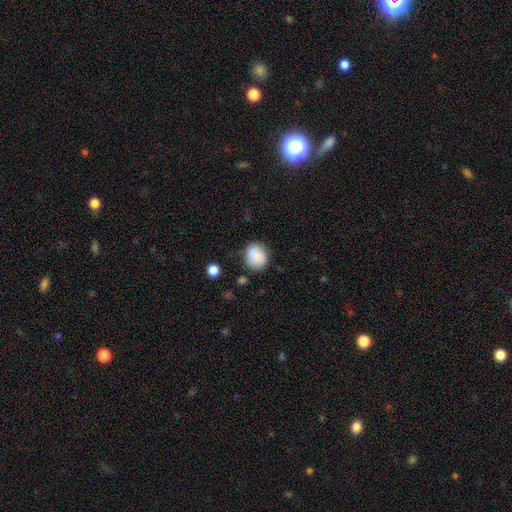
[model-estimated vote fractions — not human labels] Q: Smooth or featured?
A: smooth (87%); runner-up: star or artifact (8%)
Q: How rounded?
A: round (72%); runner-up: in between (27%)
Q: Merging?
A: none (78%); runner-up: minor disturbance (15%)